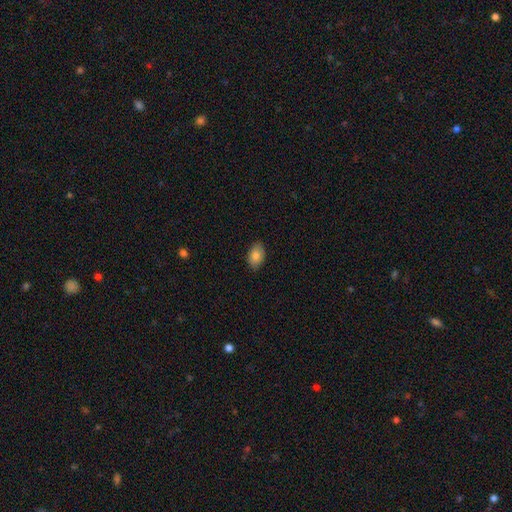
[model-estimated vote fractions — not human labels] smooth-or-featured: smooth: 84% | featured or disk: 9% | star or artifact: 7%
  how-rounded: in between: 91% | round: 8% | cigar-shaped: 1%
  merging: none: 88% | minor disturbance: 9% | major disturbance: 2% | merger: 1%